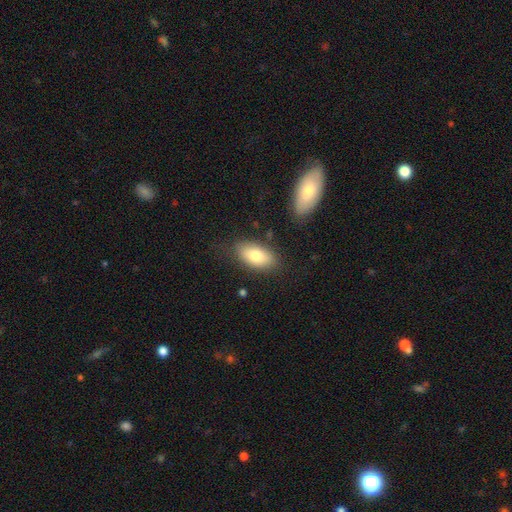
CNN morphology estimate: A smooth galaxy with no disk features (77%) that is in between round and cigar-shaped (92%). Merging: none (79%).